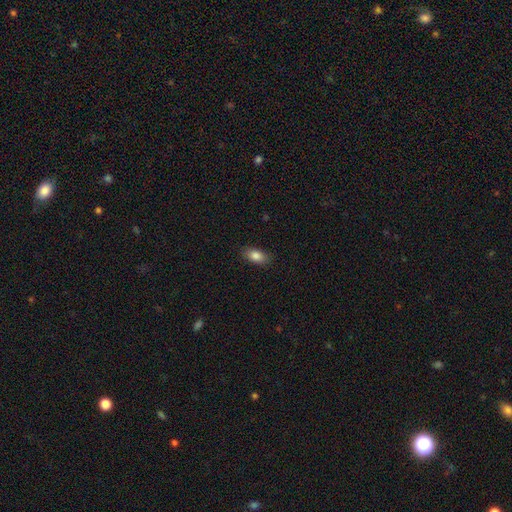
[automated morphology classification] This is clearly a smooth galaxy (85%). How rounded: clearly in between (89%). Merging: clearly none (86%).